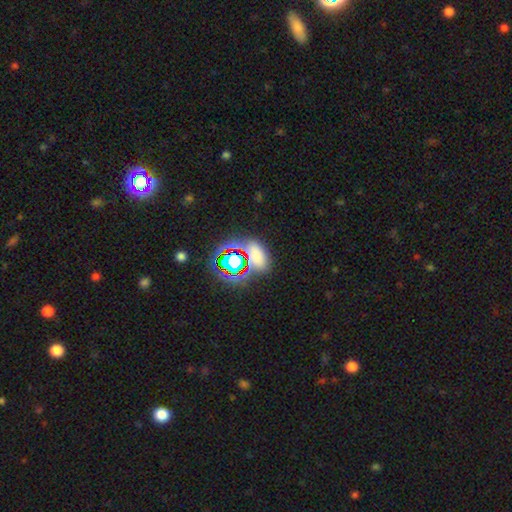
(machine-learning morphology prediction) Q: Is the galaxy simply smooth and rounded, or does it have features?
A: smooth — 56%.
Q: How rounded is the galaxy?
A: in between — 81%.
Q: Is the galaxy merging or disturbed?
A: none — 65%.